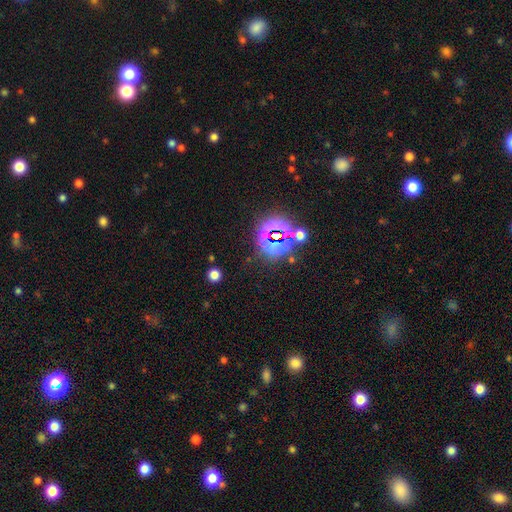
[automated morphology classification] type=star or artifact (79%).